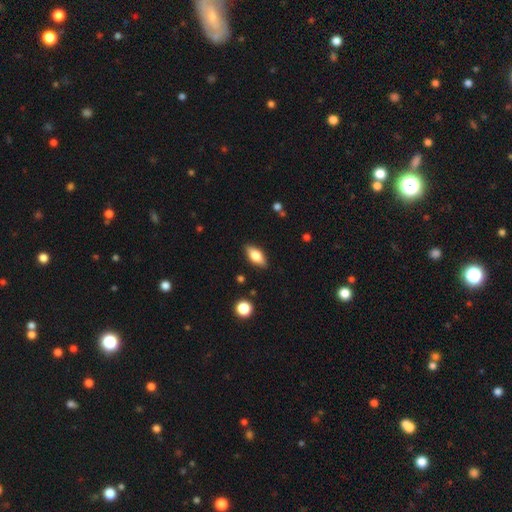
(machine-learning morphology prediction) The model was most divided on "smooth or featured": smooth: 66%, featured or disk: 26%, star or artifact: 7%. More confident: merging — none (87%); how rounded — in between (81%).